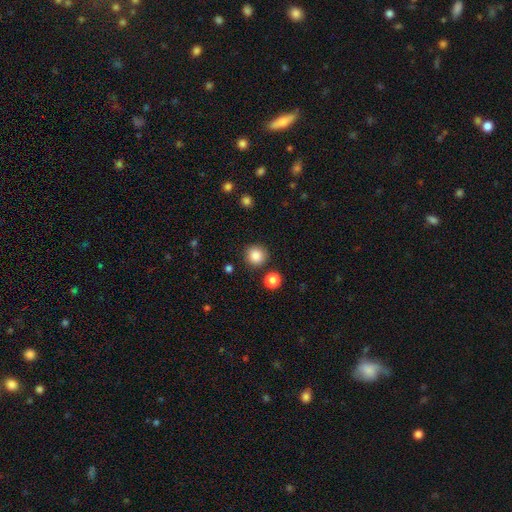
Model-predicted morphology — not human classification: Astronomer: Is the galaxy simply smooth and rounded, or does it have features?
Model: smooth — 87%.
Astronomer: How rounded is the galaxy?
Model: round — 93%.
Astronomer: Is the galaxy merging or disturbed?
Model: none — 87%.